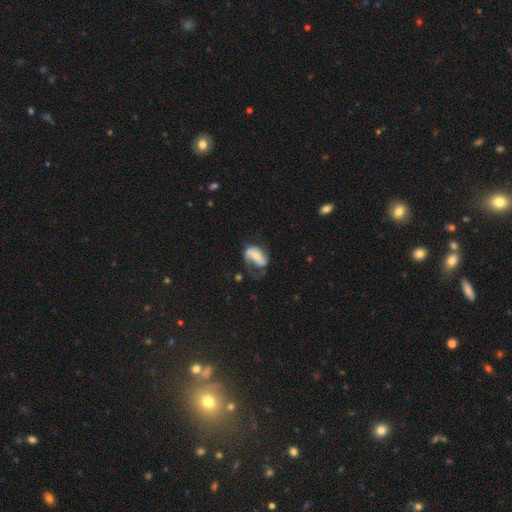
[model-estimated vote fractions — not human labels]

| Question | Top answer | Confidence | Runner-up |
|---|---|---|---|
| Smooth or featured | featured or disk | 55% | smooth (38%) |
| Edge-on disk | no | 95% | yes (5%) |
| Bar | no | 48% | weak (28%) |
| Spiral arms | yes | 75% | no (25%) |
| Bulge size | small | 49% | moderate (34%) |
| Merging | major disturbance | 40% | none (31%) |